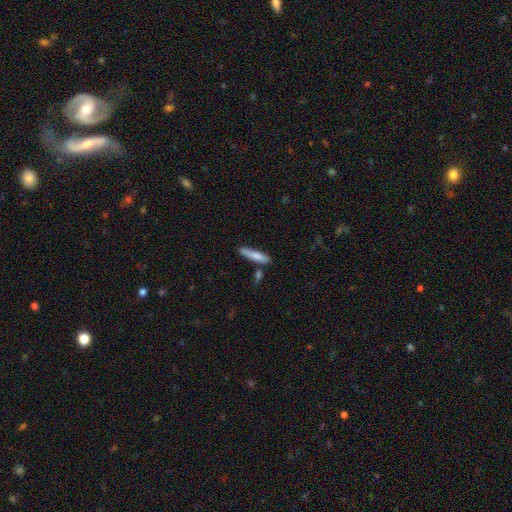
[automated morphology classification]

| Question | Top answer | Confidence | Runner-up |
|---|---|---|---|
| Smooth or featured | smooth | 76% | featured or disk (18%) |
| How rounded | cigar-shaped | 85% | in between (13%) |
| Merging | none | 76% | minor disturbance (14%) |